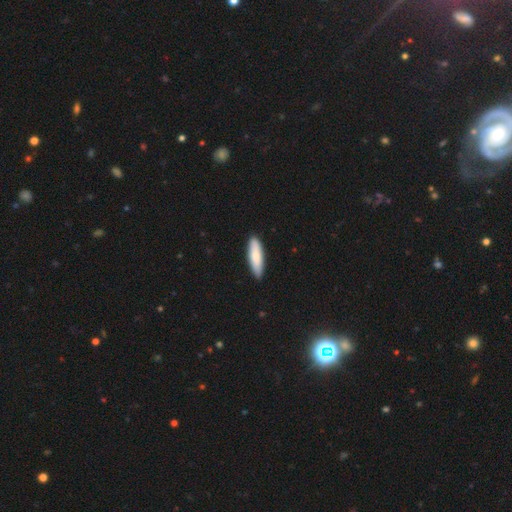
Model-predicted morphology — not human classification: This appears to be a smooth galaxy with no disk features (81%) that is cigar-shaped (61%). Merging: none (88%).